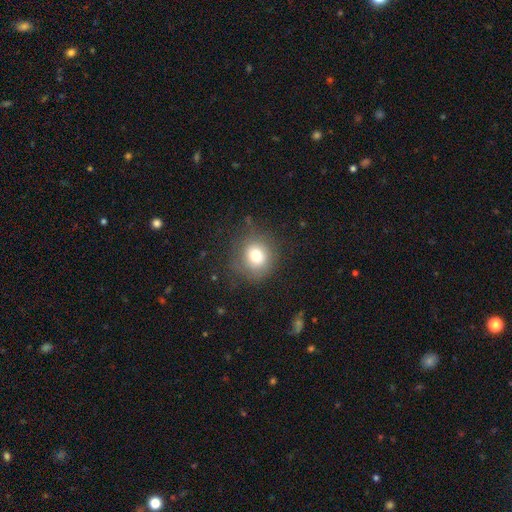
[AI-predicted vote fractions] smooth_or_featured: smooth (p=0.75) [alt: featured or disk p=0.13]
how_rounded: round (p=0.87) [alt: in between p=0.13]
merging: none (p=0.77) [alt: minor disturbance p=0.14]